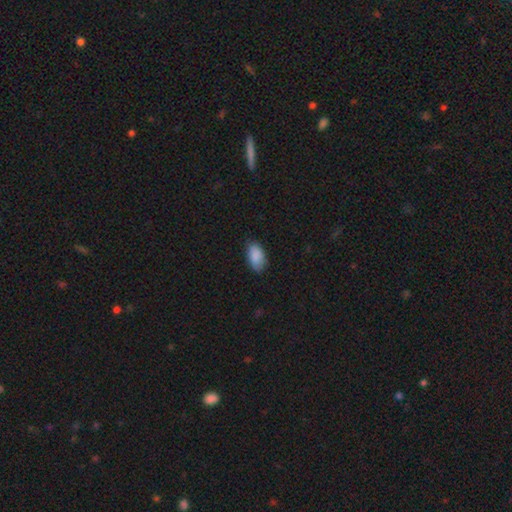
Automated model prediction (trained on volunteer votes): Overall: smooth (89%). How rounded: in between (94%). Merging: none (81%).